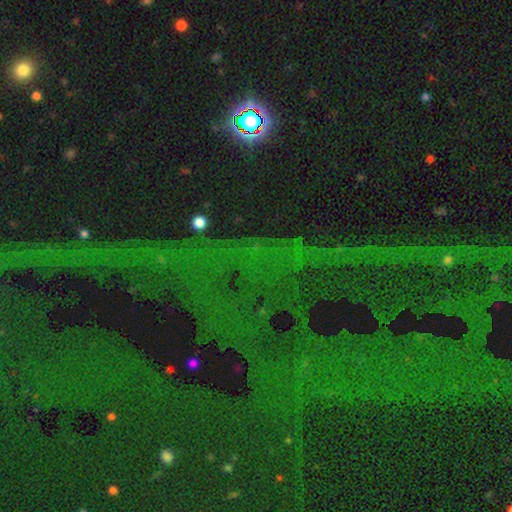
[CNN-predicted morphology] Smooth or featured? star or artifact (83%)